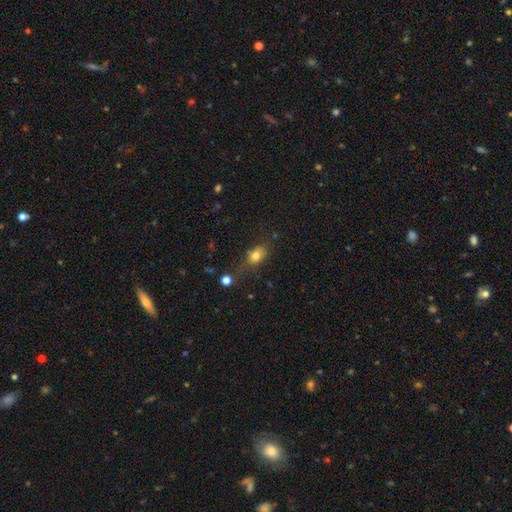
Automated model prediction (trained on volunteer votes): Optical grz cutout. It shows a smooth galaxy with no disk features (77%) that is in between round and cigar-shaped (71%). Merging: none (59%).